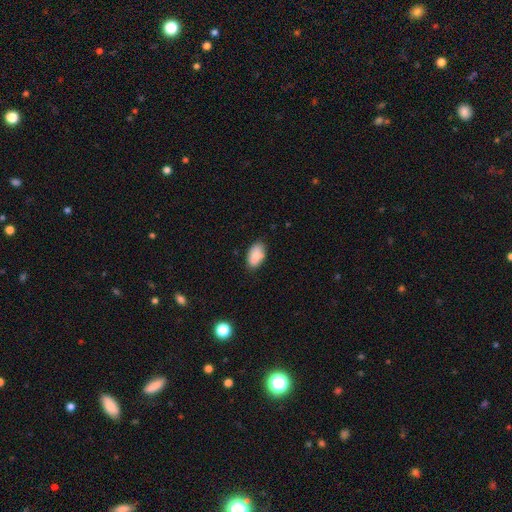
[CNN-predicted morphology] This is clearly a smooth galaxy (85%). How rounded: clearly in between (93%). Merging: likely none (74%).